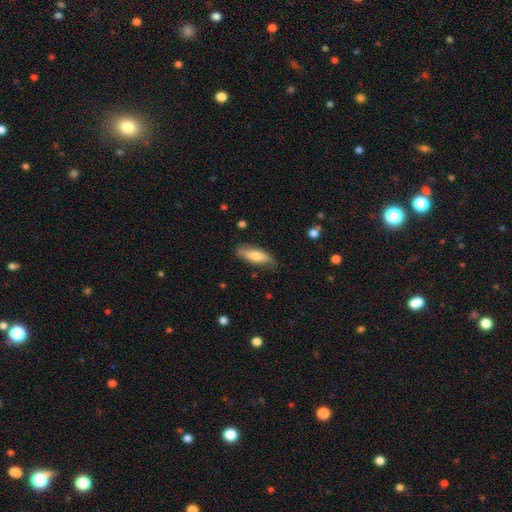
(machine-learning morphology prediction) This appears to be a smooth galaxy with no disk features (64%) that is in between round and cigar-shaped (52%). Merging: none (77%).